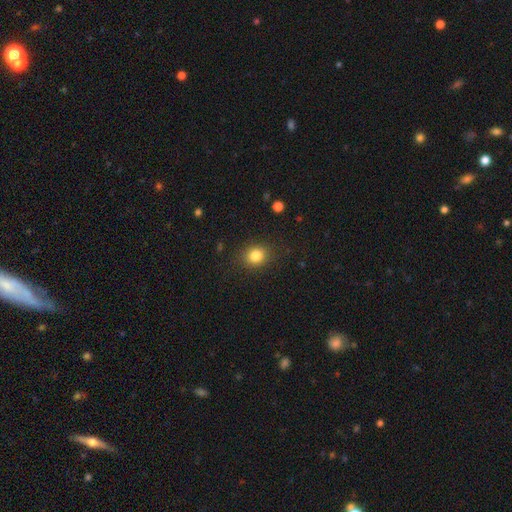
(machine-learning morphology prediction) This appears to be a smooth galaxy with no disk features (83%) that is round (65%). Merging: none (86%).